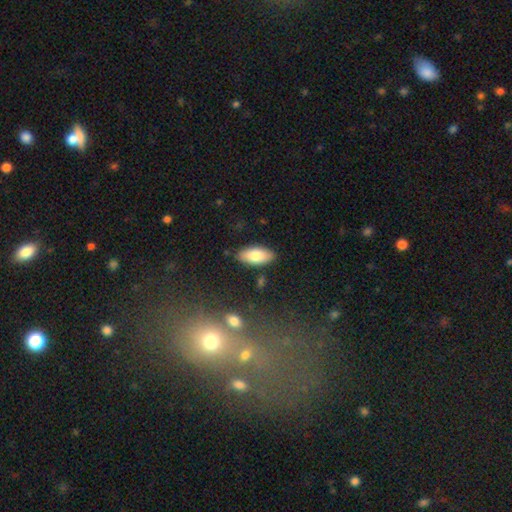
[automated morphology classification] smooth 81%, featured or disk 13%, star or artifact 6%. Down the decision tree: how rounded — in between (89%); merging — none (85%).